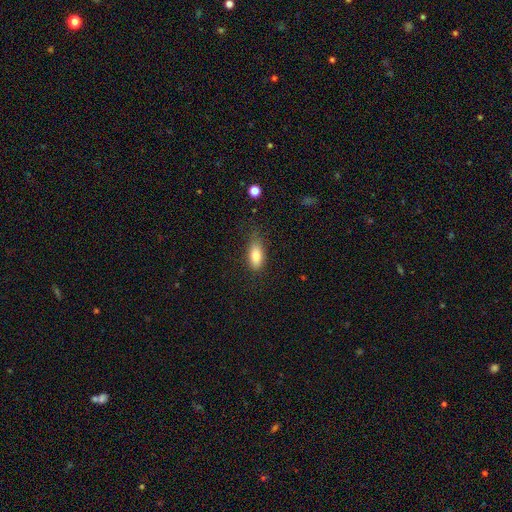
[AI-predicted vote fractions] A smooth galaxy with no disk features (80%) that is in between round and cigar-shaped (84%).

Vote fractions:
- Smooth or featured? smooth: 80% / featured or disk: 12% / star or artifact: 8%
- How rounded? in between: 84% / cigar-shaped: 12% / round: 4%
- Merging? none: 68% / minor disturbance: 23% / major disturbance: 7% / merger: 2%